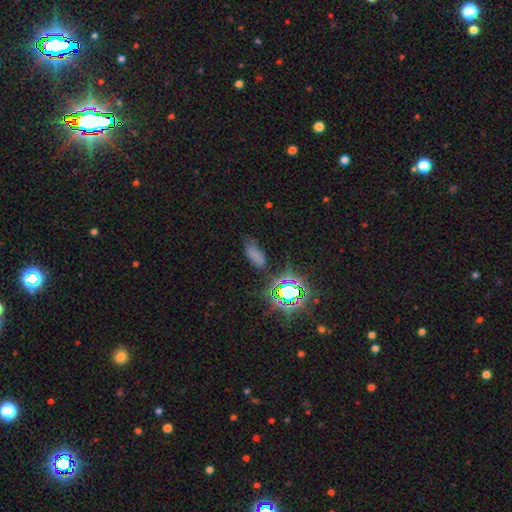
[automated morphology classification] Smooth or featured: smooth — 60% (star or artifact — 30%)
How rounded: in between — 81% (cigar-shaped — 14%)
Merging: none — 66% (minor disturbance — 22%)